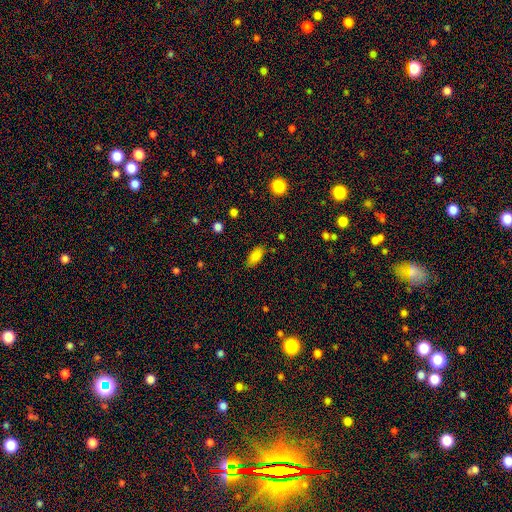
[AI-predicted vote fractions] Smooth or featured? Predicted: smooth (p=0.84). How rounded? Predicted: in between (p=0.88). Merging? Predicted: none (p=0.79).